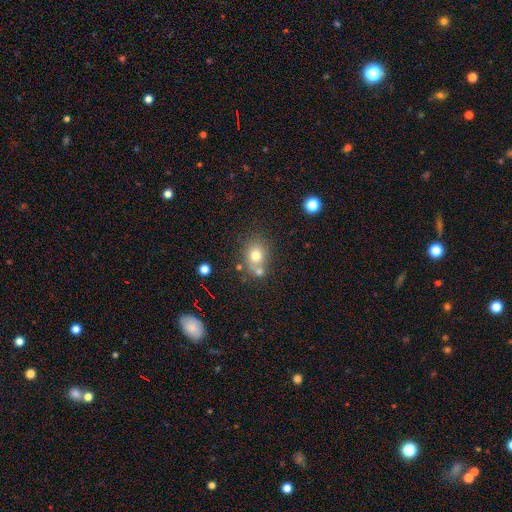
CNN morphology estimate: smooth 73%, featured or disk 14%, star or artifact 13%. Down the decision tree: how rounded — round (67%); merging — none (53%).